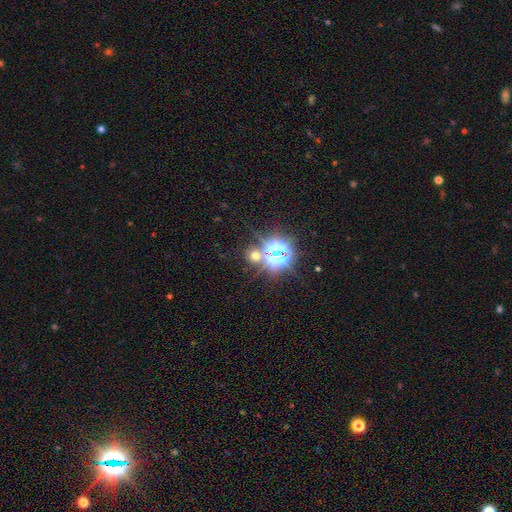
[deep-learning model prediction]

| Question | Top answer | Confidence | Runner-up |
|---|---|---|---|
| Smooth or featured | star or artifact | 56% | smooth (36%) |